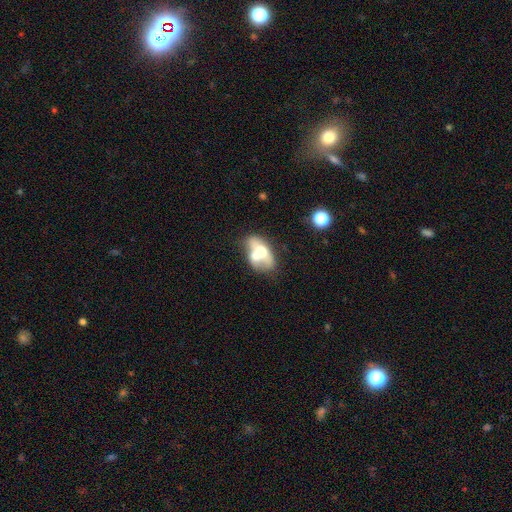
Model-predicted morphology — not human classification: type=smooth (51%); roundness=in between (82%); merging=merger (56%).